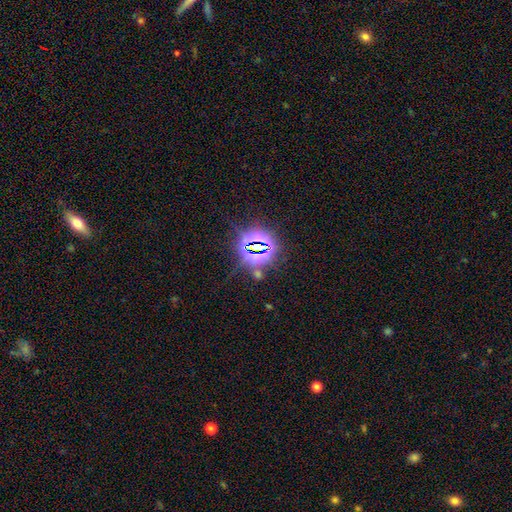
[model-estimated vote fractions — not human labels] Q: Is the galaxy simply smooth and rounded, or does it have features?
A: star or artifact — 79%.